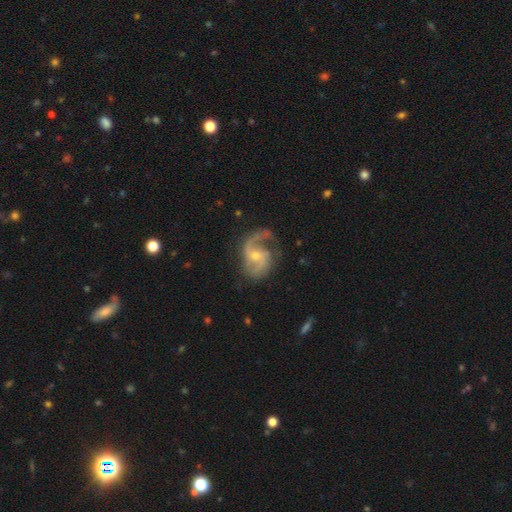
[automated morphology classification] smooth_or_featured: featured or disk (p=0.89) [alt: smooth p=0.07]
disk_edge_on: no (p=0.98) [alt: yes p=0.02]
bar: no (p=0.47) [alt: weak p=0.43]
has_spiral_arms: yes (p=0.97) [alt: no p=0.03]
spiral_winding: medium (p=0.50) [alt: loose p=0.36]
spiral_arm_count: 2 (p=0.77) [alt: 1 p=0.13]
bulge_size: small (p=0.55) [alt: moderate p=0.41]
merging: none (p=0.60) [alt: minor disturbance p=0.21]